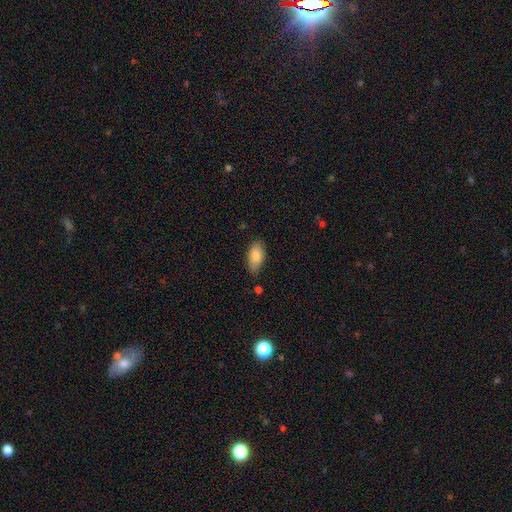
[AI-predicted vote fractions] Smooth or featured?
  - smooth: 84% *
  - featured or disk: 9%
  - star or artifact: 7%
How rounded?
  - in between: 93% *
  - cigar-shaped: 5%
  - round: 3%
Merging?
  - none: 75% *
  - minor disturbance: 20%
  - major disturbance: 3%
  - merger: 2%